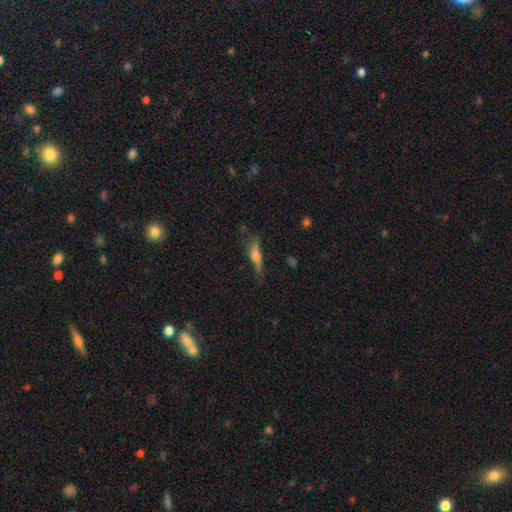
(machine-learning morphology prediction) Q: Smooth or featured?
A: smooth (51%); runner-up: featured or disk (40%)
Q: How rounded?
A: cigar-shaped (73%); runner-up: in between (24%)
Q: Merging?
A: none (59%); runner-up: minor disturbance (26%)